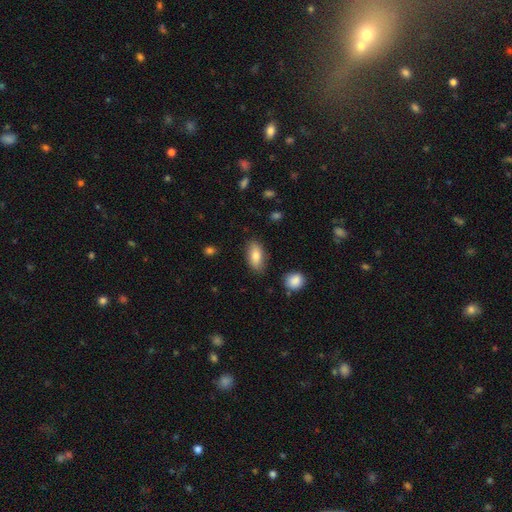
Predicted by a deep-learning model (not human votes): A smooth galaxy with no disk features (79%) that is in between round and cigar-shaped (87%).

Vote fractions:
- Smooth or featured? smooth: 79% / featured or disk: 14% / star or artifact: 7%
- How rounded? in between: 87% / cigar-shaped: 10% / round: 4%
- Merging? none: 83% / minor disturbance: 13% / major disturbance: 3% / merger: 2%